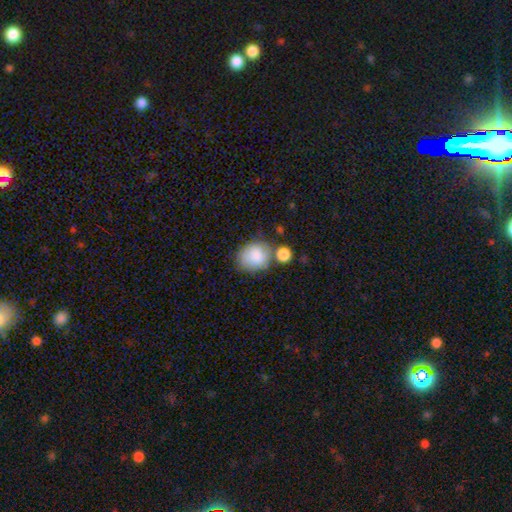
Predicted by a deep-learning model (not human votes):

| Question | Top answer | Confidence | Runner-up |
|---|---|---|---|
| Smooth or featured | smooth | 86% | star or artifact (8%) |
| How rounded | round | 67% | in between (32%) |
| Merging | none | 59% | minor disturbance (18%) |